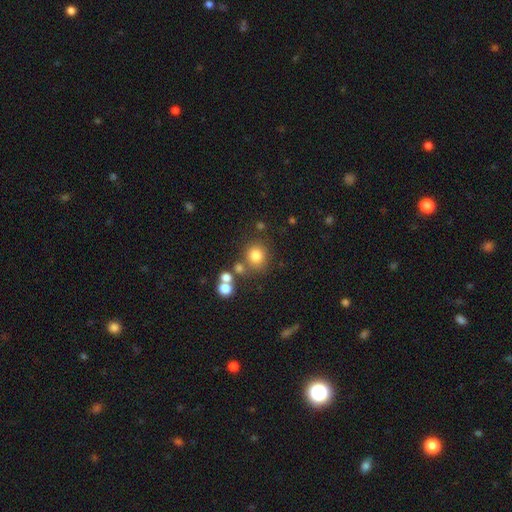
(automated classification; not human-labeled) A smooth galaxy with no disk features (79%) that is round (87%).

Vote fractions:
- Smooth or featured? smooth: 79% / star or artifact: 14% / featured or disk: 8%
- How rounded? round: 87% / in between: 12% / cigar-shaped: 1%
- Merging? none: 72% / merger: 12% / minor disturbance: 11% / major disturbance: 5%